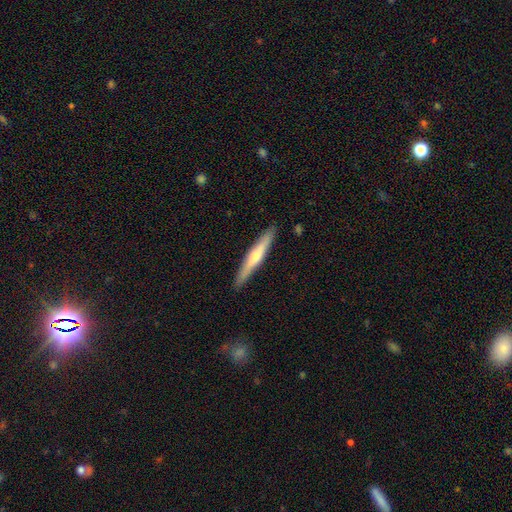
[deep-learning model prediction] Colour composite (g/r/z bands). It shows a featured or disk galaxy (51%) viewed edge-on (94%). Merging: none (90%).